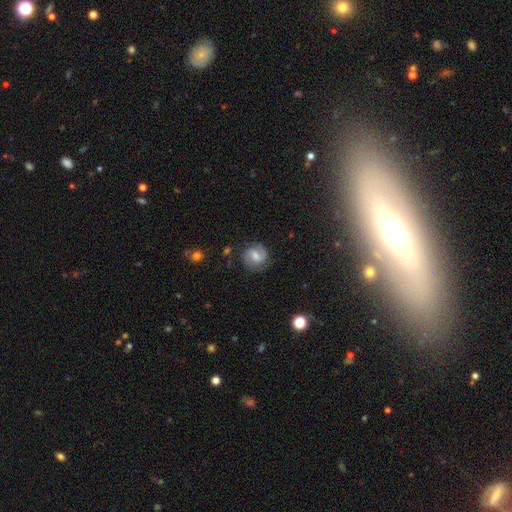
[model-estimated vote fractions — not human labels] Morphology: type=featured or disk (62%); edge-on=no (98%); bar=weak (55%); spiral arms=yes (91%); winding=medium (47%); arm count=2 (80%); bulge=moderate (51%); merging=none (77%).